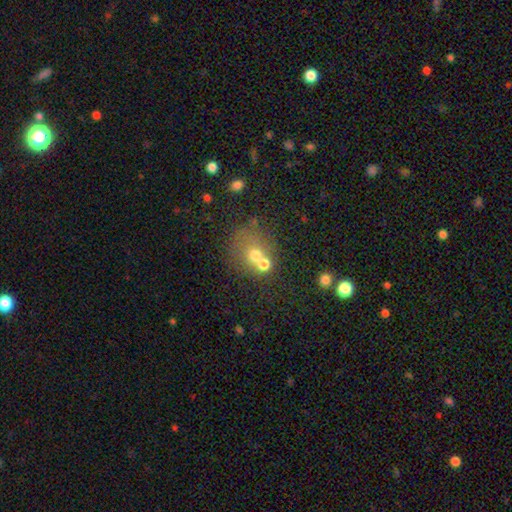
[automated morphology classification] type=smooth (63%); roundness=round (75%); merging=merger (47%).